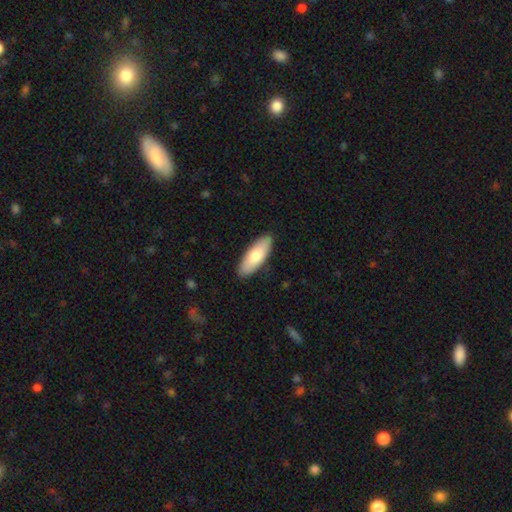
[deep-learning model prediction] A smooth galaxy with no disk features (74%) that is in between round and cigar-shaped (68%).

Vote fractions:
- Smooth or featured? smooth: 74% / featured or disk: 21% / star or artifact: 5%
- How rounded? in between: 68% / cigar-shaped: 30% / round: 2%
- Merging? none: 89% / minor disturbance: 8% / major disturbance: 2% / merger: 1%